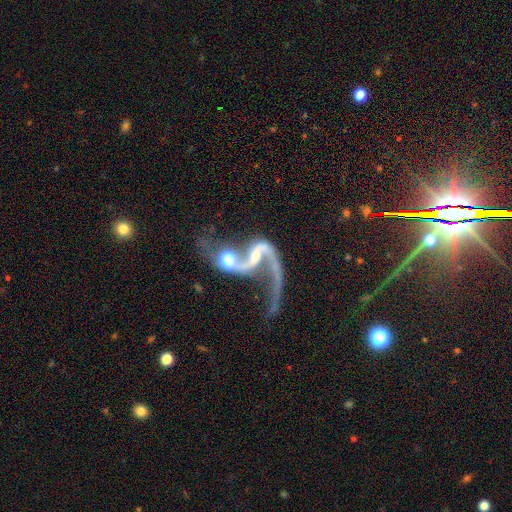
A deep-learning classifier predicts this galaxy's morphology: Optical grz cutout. It shows a featured or disk galaxy (84%) with no bar (43%), 2 (75%) loose (88%) spiral arms (89%) and a small central bulge (41%, tied with moderate). Merging: merger (61%).